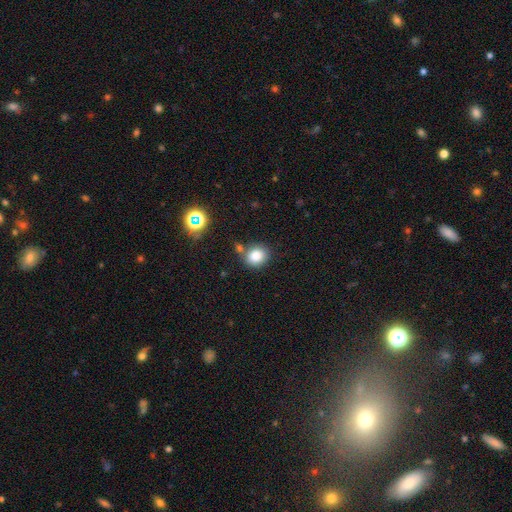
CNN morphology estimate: smooth 83%, star or artifact 11%, featured or disk 6%. Down the decision tree: how rounded — round (69%); merging — none (73%).